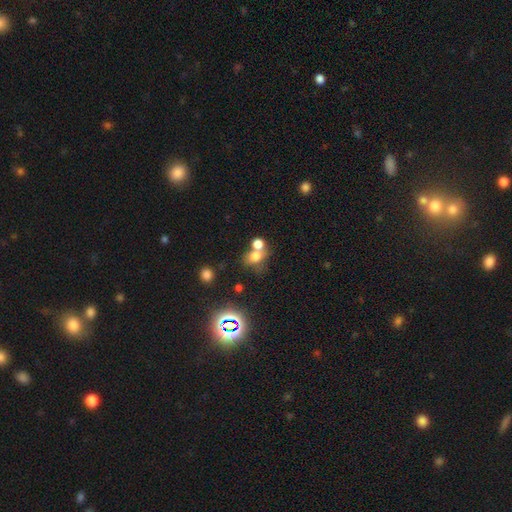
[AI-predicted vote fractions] Smooth or featured? Predicted: smooth (p=0.67). How rounded? Predicted: round (p=0.57). Merging? Predicted: merger (p=0.48).